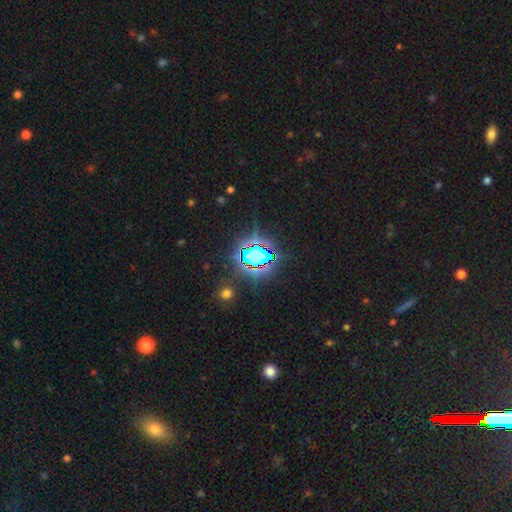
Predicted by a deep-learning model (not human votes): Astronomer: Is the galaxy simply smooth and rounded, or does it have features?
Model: star or artifact — 73%.